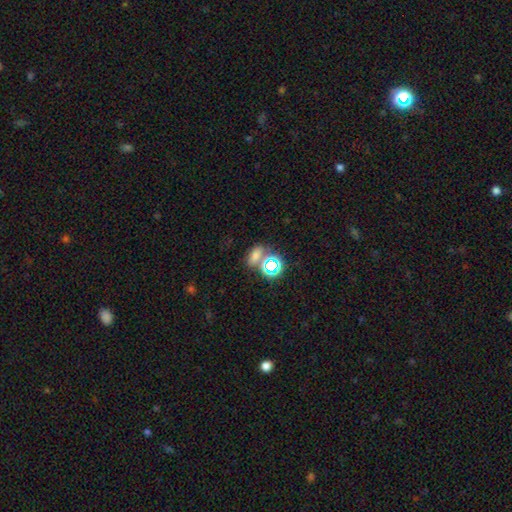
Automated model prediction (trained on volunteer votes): This appears to be a smooth galaxy with no disk features (57%) that is in between round and cigar-shaped (71%). Merging: none (62%).